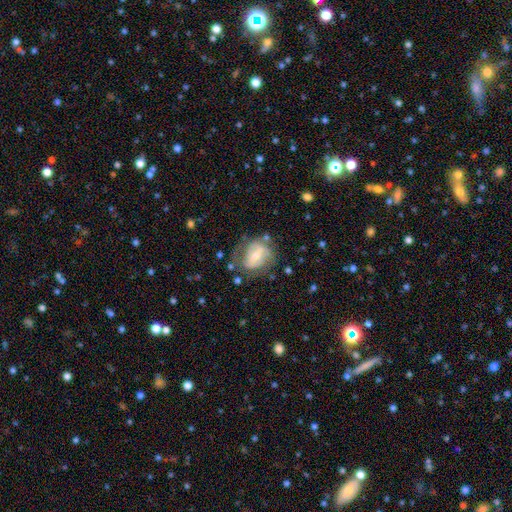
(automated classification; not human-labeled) smooth-or-featured: featured or disk: 61% | smooth: 32% | star or artifact: 7%
  disk-edge-on: no: 95% | yes: 5%
    bar: weak: 42% | strong: 31% | no: 27%
    has-spiral-arms: yes: 63% | no: 37%
    bulge-size: moderate: 53% | small: 41% | large: 3% | none: 2% | dominant: 1%
  merging: none: 51% | minor disturbance: 27% | major disturbance: 18% | merger: 4%